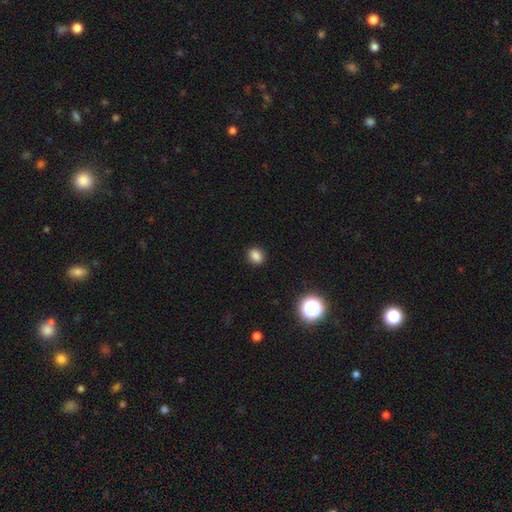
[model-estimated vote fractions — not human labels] This appears to be a smooth galaxy with no disk features (84%) that is round (62%). Merging: none (90%).